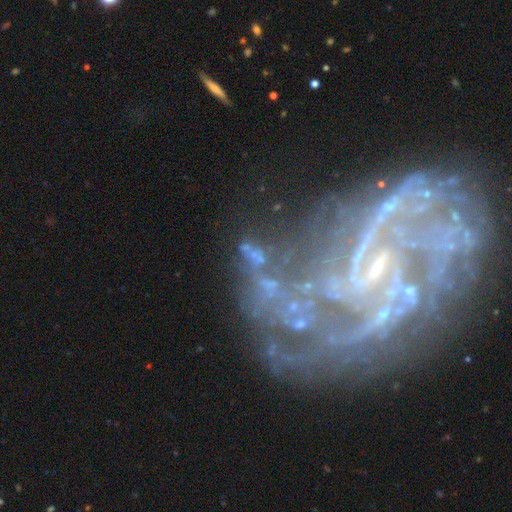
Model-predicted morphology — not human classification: smooth_or_featured: featured or disk (p=0.38) [alt: star or artifact p=0.37]
merging: none (p=0.47) [alt: major disturbance p=0.20]